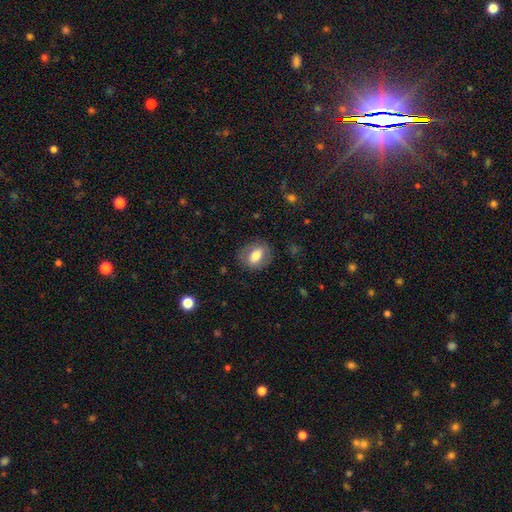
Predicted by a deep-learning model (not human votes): Smooth or featured? smooth (70%)
How rounded? in between (71%)
Merging? none (80%)